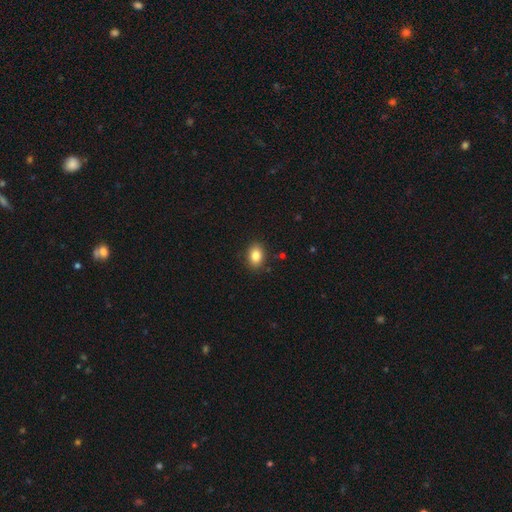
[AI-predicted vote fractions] Smooth or featured? smooth (84%)
How rounded? in between (72%)
Merging? none (88%)